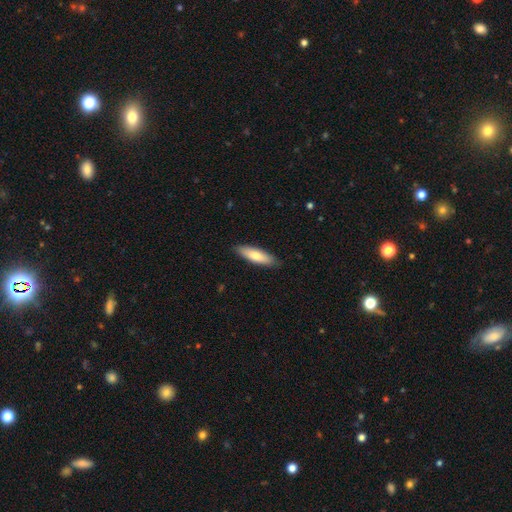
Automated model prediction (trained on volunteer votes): This is likely a smooth galaxy (77%). How rounded: possibly cigar-shaped (57%). Merging: clearly none (87%).